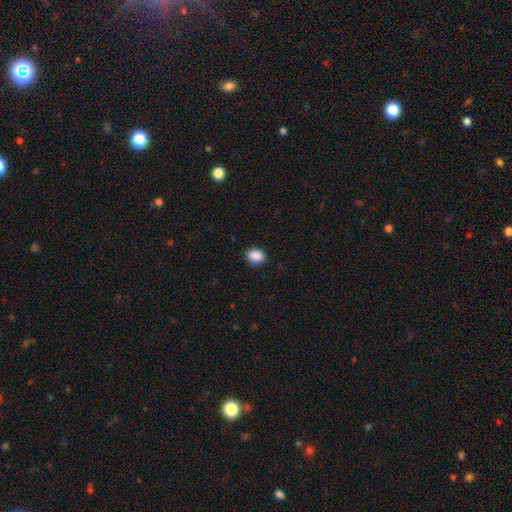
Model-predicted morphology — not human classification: smooth 89%, star or artifact 8%, featured or disk 3%. Down the decision tree: how rounded — in between (64%); merging — none (89%).